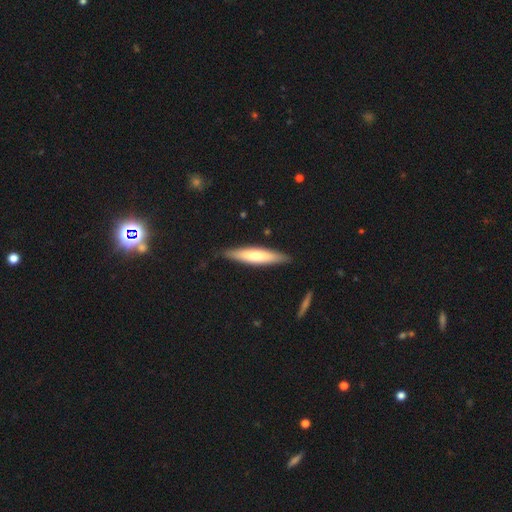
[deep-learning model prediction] A smooth galaxy with no disk features (65%) that is cigar-shaped (85%).

Vote fractions:
- Smooth or featured? smooth: 65% / featured or disk: 31% / star or artifact: 5%
- How rounded? cigar-shaped: 85% / in between: 14% / round: 1%
- Merging? none: 86% / minor disturbance: 11% / major disturbance: 2% / merger: 1%